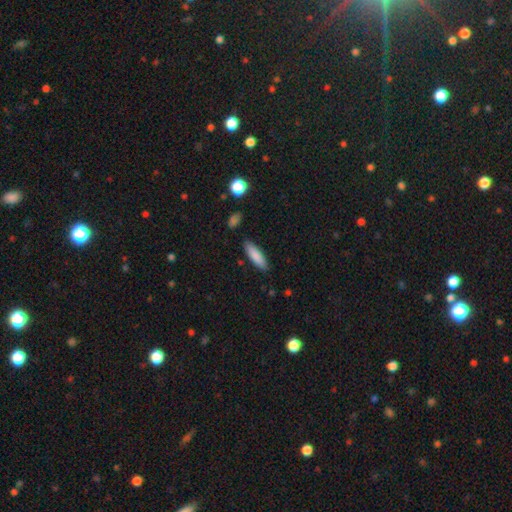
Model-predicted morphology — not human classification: Overall: smooth (85%). How rounded: cigar-shaped (56%; in between 42%). Merging: none (86%).